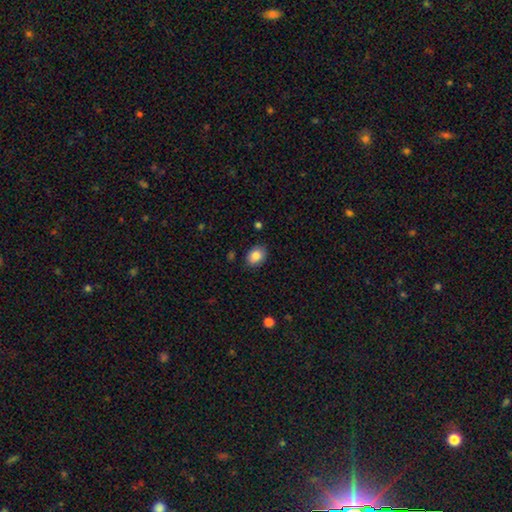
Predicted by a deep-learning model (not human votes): Smooth or featured? smooth (86%)
How rounded? in between (70%)
Merging? none (84%)